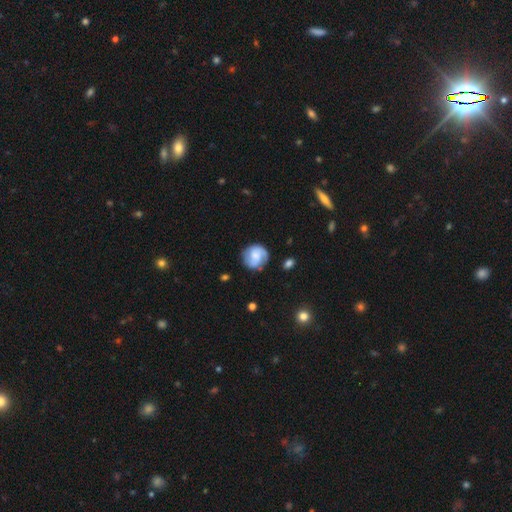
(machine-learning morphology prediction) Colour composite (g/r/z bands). It shows a featured or disk galaxy (49%). Merging: none (73%).